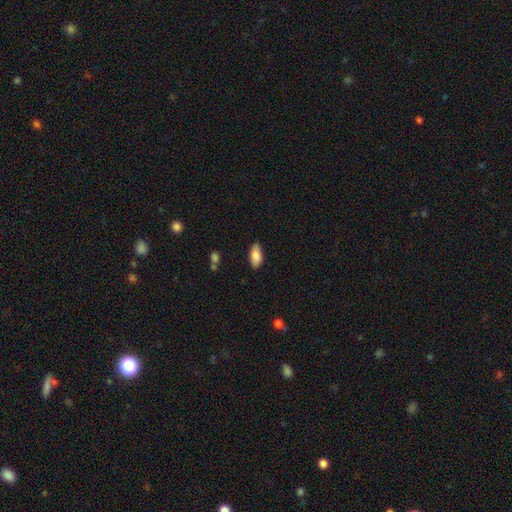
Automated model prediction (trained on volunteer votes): A smooth galaxy with no disk features (83%) that is in between round and cigar-shaped (90%). Merging: none (83%).